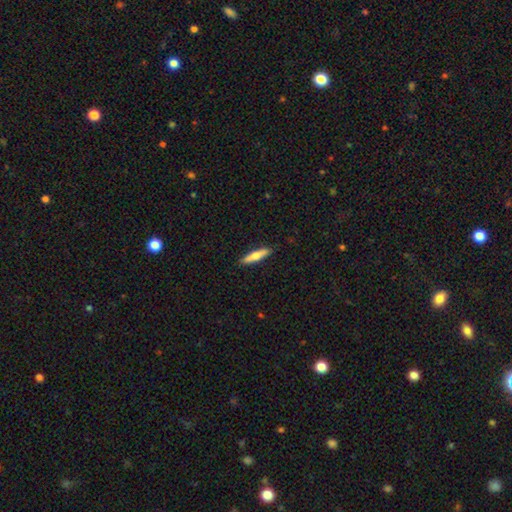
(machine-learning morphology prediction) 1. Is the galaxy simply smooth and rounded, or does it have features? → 67% smooth, 27% featured or disk, 5% star or artifact.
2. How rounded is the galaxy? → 84% cigar-shaped, 15% in between, 2% round.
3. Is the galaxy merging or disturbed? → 89% none, 8% minor disturbance, 2% major disturbance, 1% merger.